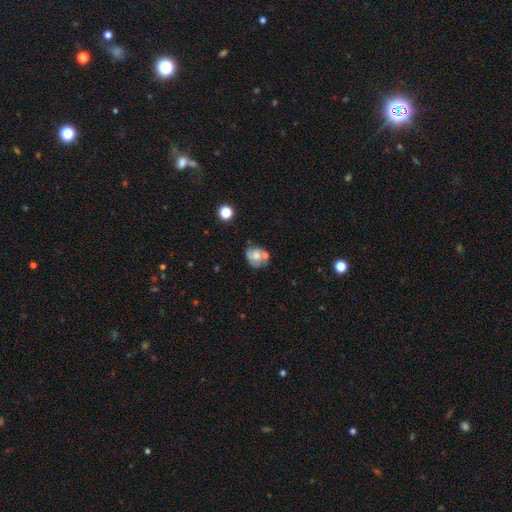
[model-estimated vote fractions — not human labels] The model was most divided on "merging": none: 41%, merger: 28%, minor disturbance: 21%, major disturbance: 10%. More confident: how rounded — round (60%); smooth or featured — smooth (53%).